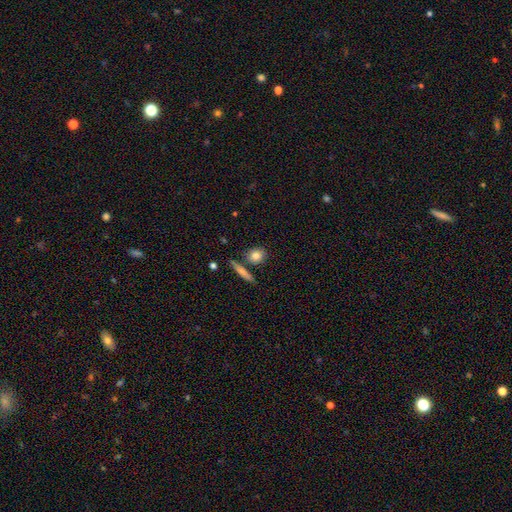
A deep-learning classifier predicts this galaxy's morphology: smooth_or_featured: smooth (p=0.83) [alt: featured or disk p=0.10]
how_rounded: round (p=0.61) [alt: in between p=0.32]
merging: none (p=0.76) [alt: merger p=0.11]